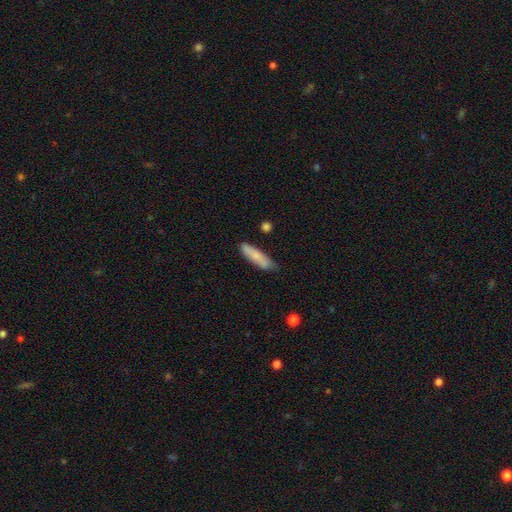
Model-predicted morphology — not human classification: This appears to be a smooth galaxy with no disk features (77%) that is cigar-shaped (75%). Merging: none (74%).